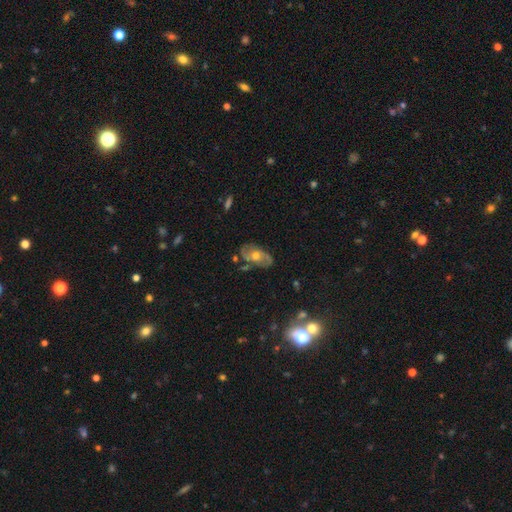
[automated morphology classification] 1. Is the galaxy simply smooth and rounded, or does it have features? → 72% featured or disk, 20% smooth, 9% star or artifact.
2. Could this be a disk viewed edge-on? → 93% no, 7% yes.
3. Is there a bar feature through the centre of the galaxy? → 73% no, 22% weak, 4% strong.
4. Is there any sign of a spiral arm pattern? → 81% yes, 19% no.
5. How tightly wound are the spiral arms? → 45% medium, 33% tight, 21% loose.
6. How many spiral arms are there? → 70% 2, 18% can't tell, 5% 3, 3% 1, 2% 4, 2% more than 4.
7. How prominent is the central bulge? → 73% moderate, 18% small, 6% large, 1% none, 1% dominant.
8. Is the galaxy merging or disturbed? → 73% none, 18% minor disturbance, 6% major disturbance, 4% merger.